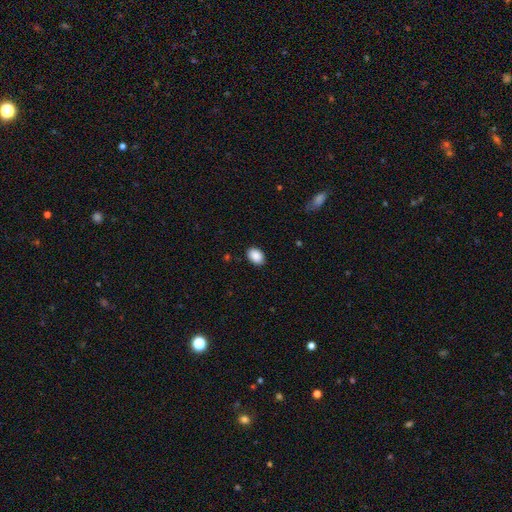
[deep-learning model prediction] smooth-or-featured: smooth: 90% | star or artifact: 7% | featured or disk: 3%
  how-rounded: in between: 79% | round: 20% | cigar-shaped: 1%
  merging: none: 88% | minor disturbance: 9% | major disturbance: 2% | merger: 1%